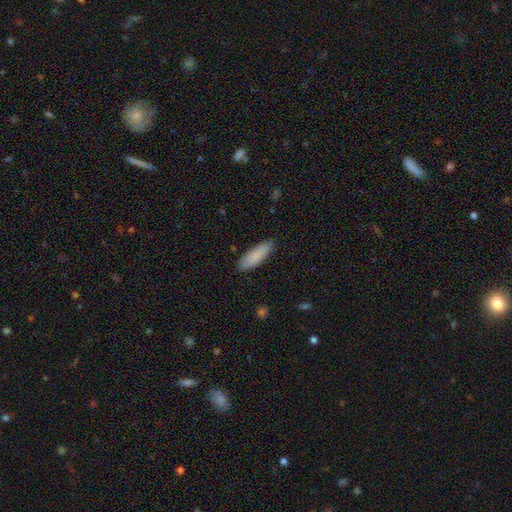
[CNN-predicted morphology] This appears to be a smooth galaxy with no disk features (87%) that is in between round and cigar-shaped (52%). Merging: none (86%).